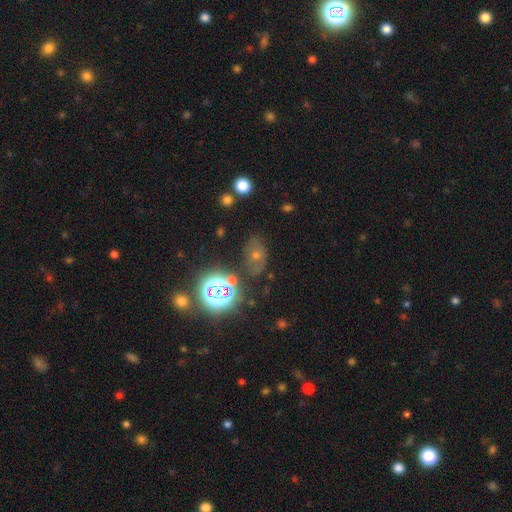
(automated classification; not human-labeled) Q: Smooth or featured?
A: smooth (45%); runner-up: star or artifact (31%)
Q: Merging?
A: none (67%); runner-up: minor disturbance (19%)